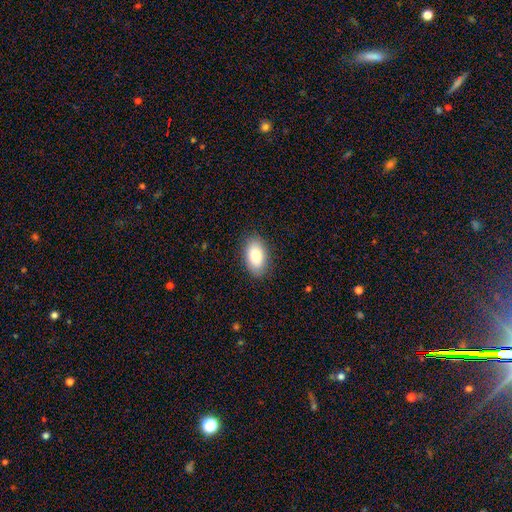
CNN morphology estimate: smooth-or-featured: smooth: 82% | featured or disk: 11% | star or artifact: 7%
  how-rounded: in between: 92% | round: 6% | cigar-shaped: 2%
  merging: none: 87% | minor disturbance: 10% | major disturbance: 2% | merger: 1%